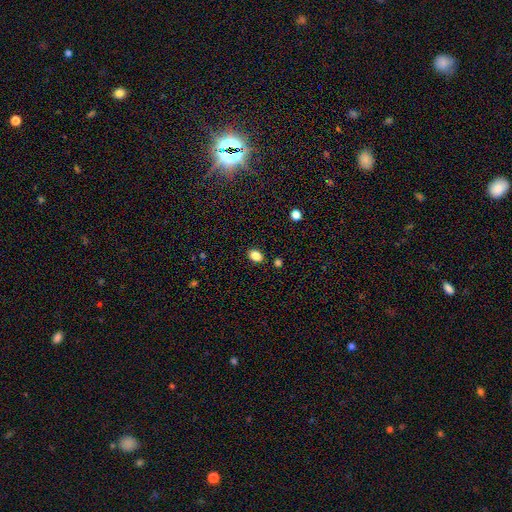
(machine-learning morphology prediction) Q: Smooth or featured?
A: smooth (85%); runner-up: star or artifact (10%)
Q: How rounded?
A: in between (72%); runner-up: round (27%)
Q: Merging?
A: none (86%); runner-up: minor disturbance (9%)